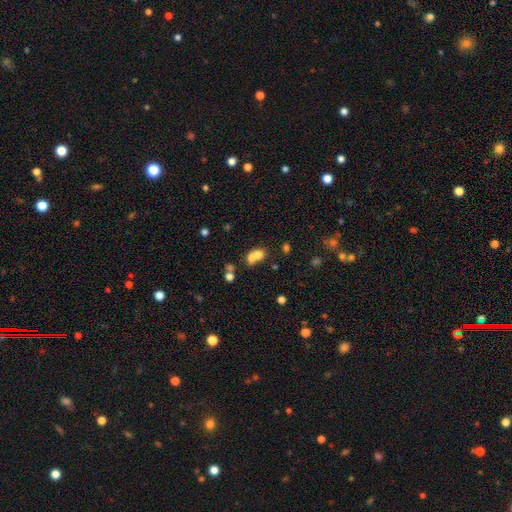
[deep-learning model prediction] Morphology: type=smooth (69%); roundness=round (65%); merging=merger (64%).